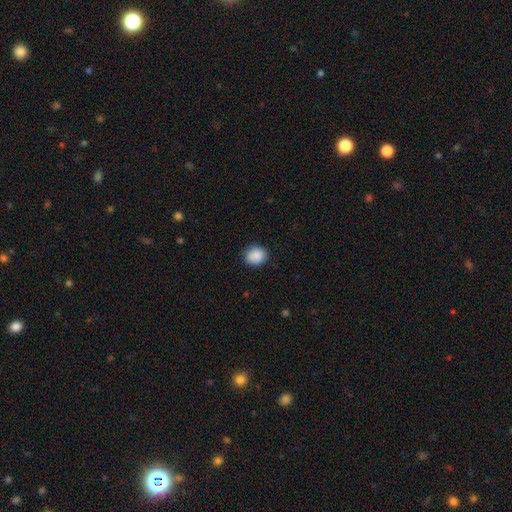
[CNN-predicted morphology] Smooth or featured: smooth — 89% (star or artifact — 8%)
How rounded: round — 68% (in between — 31%)
Merging: none — 86% (minor disturbance — 11%)